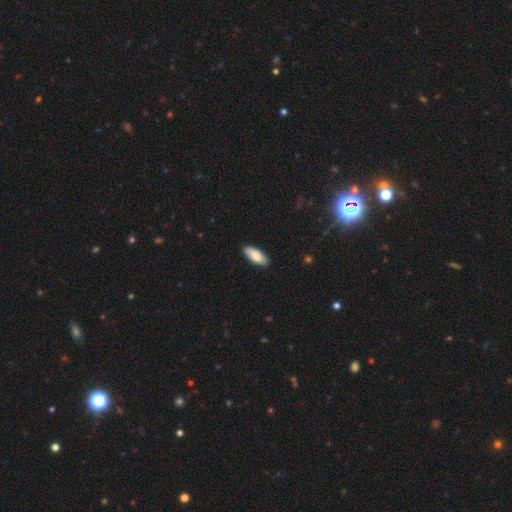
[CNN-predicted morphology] type=smooth (84%); roundness=in between (78%); merging=none (88%).